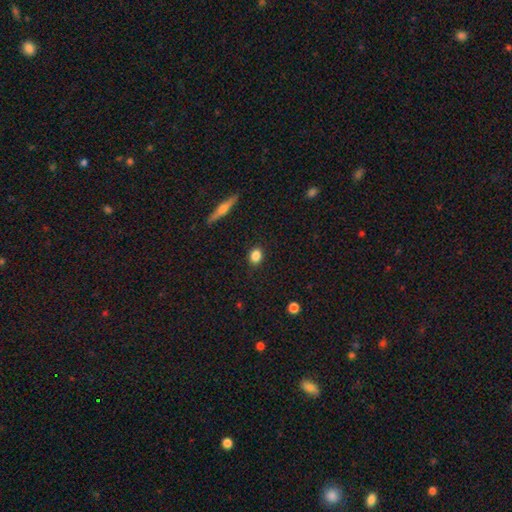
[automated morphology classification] Smooth or featured? Predicted: smooth (p=0.84). How rounded? Predicted: round (p=0.51). Merging? Predicted: none (p=0.88).